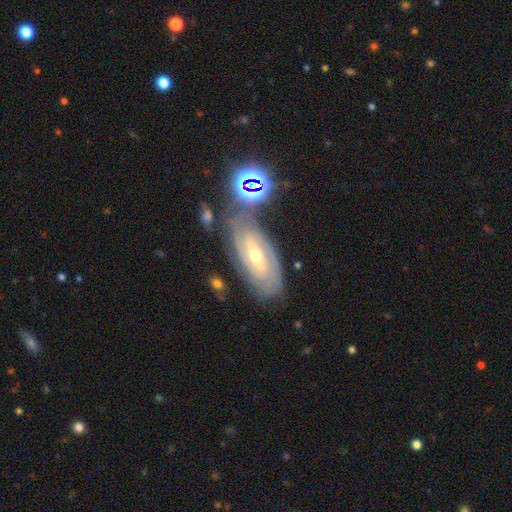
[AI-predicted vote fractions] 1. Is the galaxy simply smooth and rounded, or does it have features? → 79% featured or disk, 11% smooth, 10% star or artifact.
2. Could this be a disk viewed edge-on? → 91% no, 9% yes.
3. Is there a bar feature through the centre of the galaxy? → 43% weak, 33% no, 24% strong.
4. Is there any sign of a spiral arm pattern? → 92% yes, 8% no.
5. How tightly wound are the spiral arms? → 70% tight, 24% medium, 6% loose.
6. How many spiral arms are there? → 42% can't tell, 33% 2, 12% 3, 5% 4, 4% 1, 4% more than 4.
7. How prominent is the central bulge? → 50% small, 47% moderate, 2% large, 1% none, 1% dominant.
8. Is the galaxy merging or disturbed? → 69% none, 17% minor disturbance, 7% merger, 7% major disturbance.